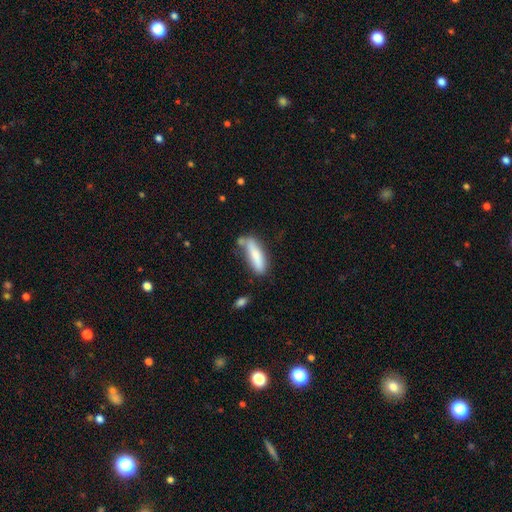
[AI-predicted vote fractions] Q: Smooth or featured?
A: smooth (79%); runner-up: featured or disk (15%)
Q: How rounded?
A: cigar-shaped (67%); runner-up: in between (31%)
Q: Merging?
A: none (55%); runner-up: minor disturbance (25%)